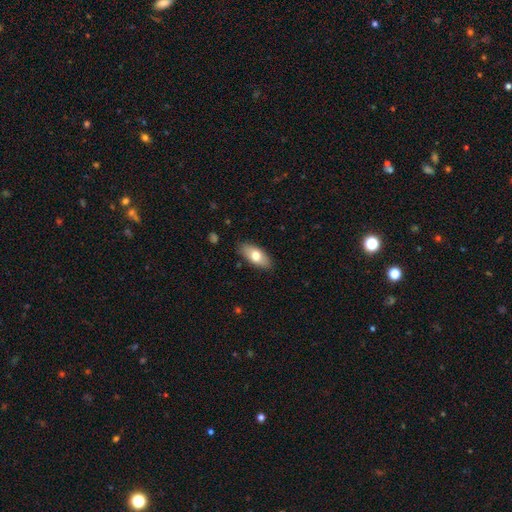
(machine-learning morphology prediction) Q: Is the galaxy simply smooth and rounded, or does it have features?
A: smooth — 72%.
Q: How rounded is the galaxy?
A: in between — 87%.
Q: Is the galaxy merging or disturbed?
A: none — 86%.